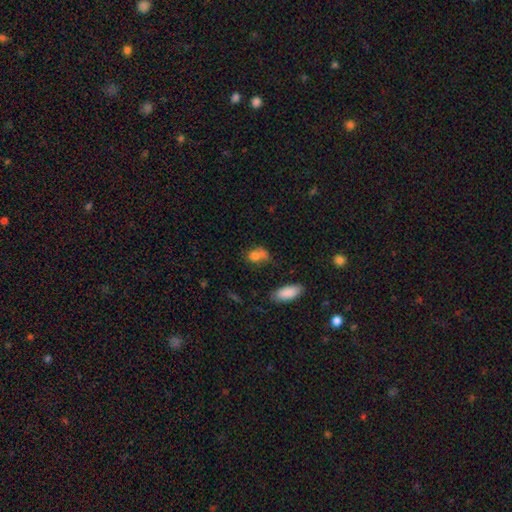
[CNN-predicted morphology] Smooth or featured? Predicted: smooth (p=0.75). How rounded? Predicted: in between (p=0.55). Merging? Predicted: merger (p=0.37).